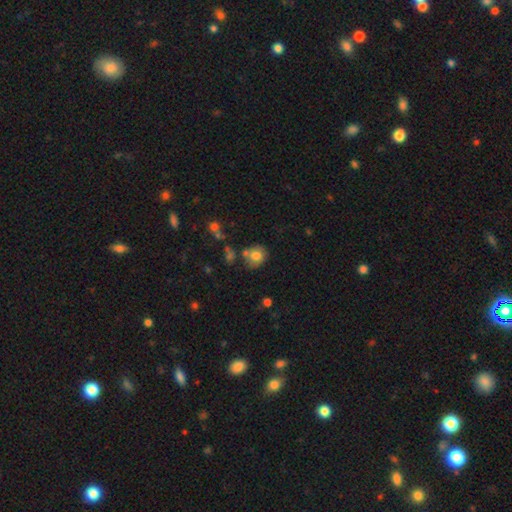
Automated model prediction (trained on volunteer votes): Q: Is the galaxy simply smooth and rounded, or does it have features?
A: smooth — 76%.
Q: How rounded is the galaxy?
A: round — 68%.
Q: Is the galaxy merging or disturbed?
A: none — 60%.